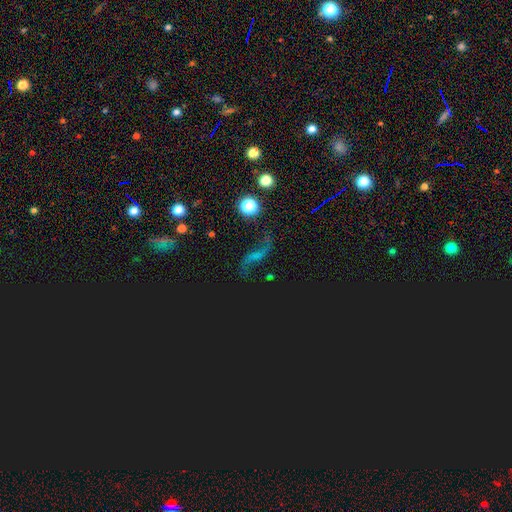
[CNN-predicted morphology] A featured or disk galaxy (61%) with no bar (42%), 2 (92%) loose (87%) spiral arms (91%) and no central bulge (48%). Merging: none (69%).